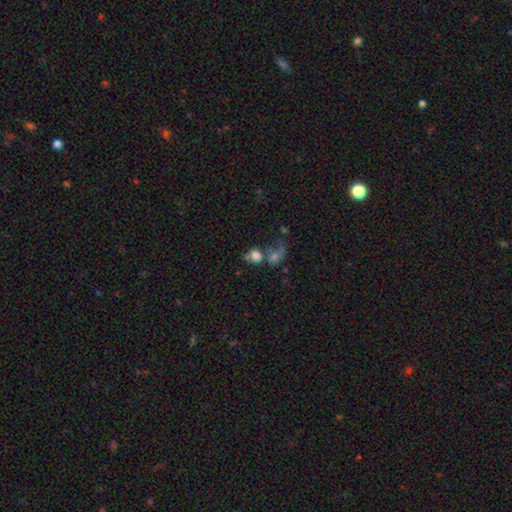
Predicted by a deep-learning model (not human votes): Smooth or featured? smooth (71%)
How rounded? round (58%)
Merging? merger (49%)